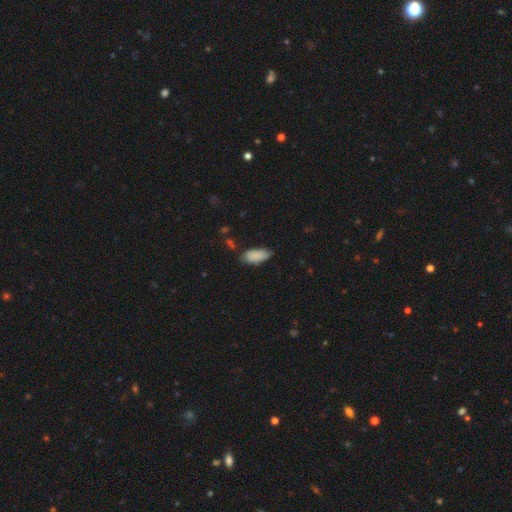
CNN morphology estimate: type=smooth (88%); roundness=in between (88%); merging=none (68%).